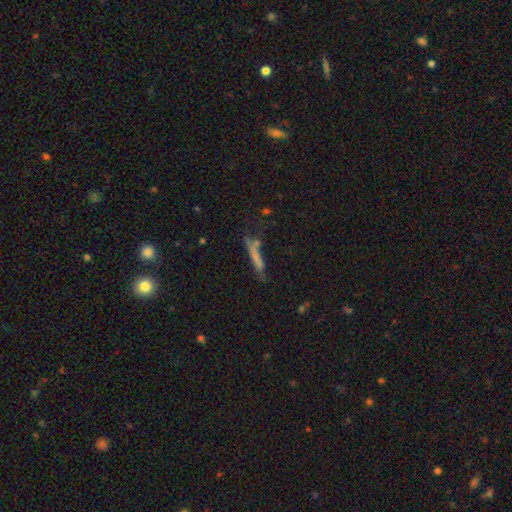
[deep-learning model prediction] Morphology: type=smooth (62%); roundness=cigar-shaped (93%); merging=none (67%).